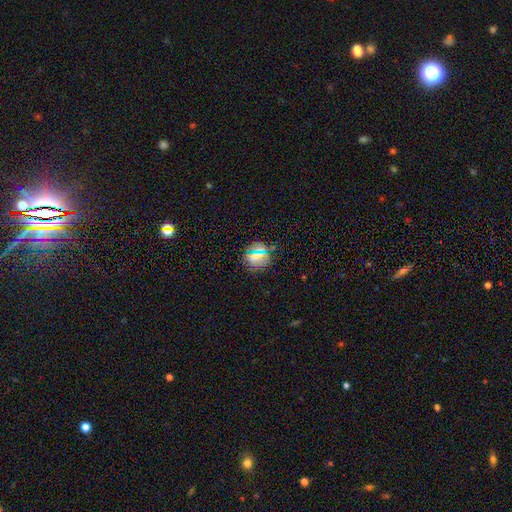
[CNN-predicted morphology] Smooth or featured? Predicted: smooth (p=0.63). How rounded? Predicted: round (p=0.85). Merging? Predicted: none (p=0.84).